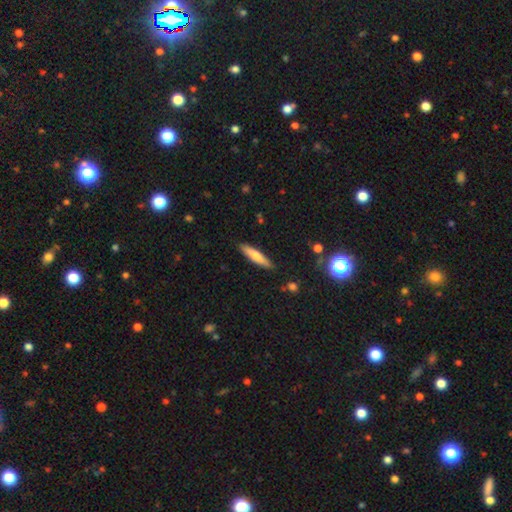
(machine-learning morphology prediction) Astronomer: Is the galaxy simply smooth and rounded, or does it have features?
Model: smooth — 66%.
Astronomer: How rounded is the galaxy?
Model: cigar-shaped — 84%.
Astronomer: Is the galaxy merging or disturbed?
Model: none — 89%.